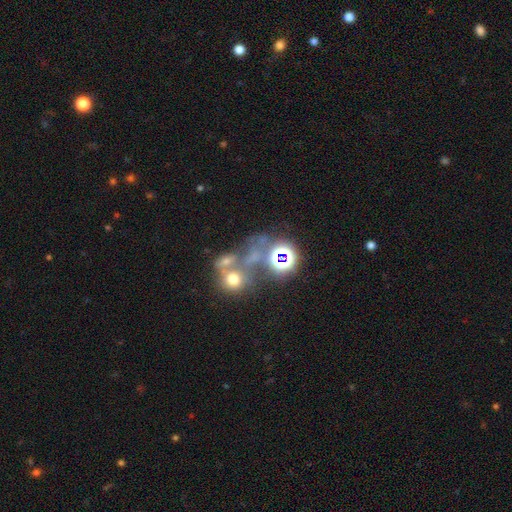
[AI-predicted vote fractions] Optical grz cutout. It shows a star or artifact, not a galaxy (42%).